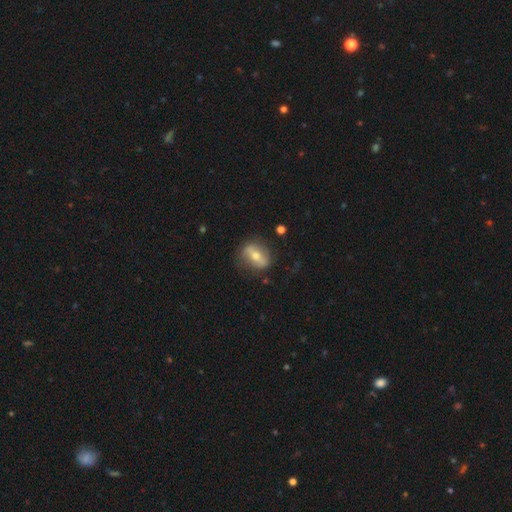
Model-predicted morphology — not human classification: Smooth or featured?
  - featured or disk: 57% *
  - smooth: 36%
  - star or artifact: 7%
Edge-on disk?
  - no: 78% *
  - yes: 22%
Merging?
  - none: 77% *
  - minor disturbance: 16%
  - major disturbance: 5%
  - merger: 2%